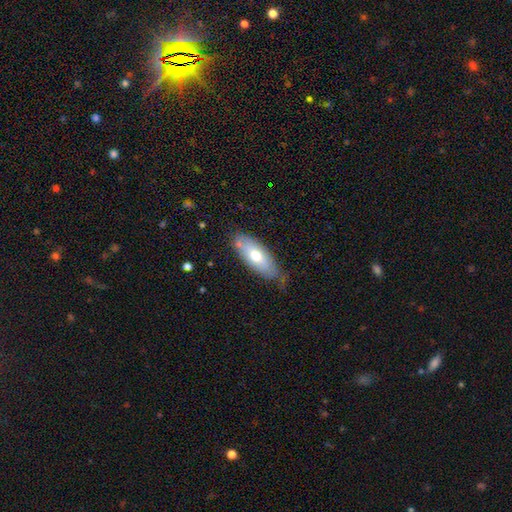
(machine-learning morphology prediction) smooth-or-featured: smooth: 65% | featured or disk: 29% | star or artifact: 6%
  how-rounded: in between: 79% | cigar-shaped: 19% | round: 2%
  merging: none: 67% | minor disturbance: 25% | major disturbance: 6% | merger: 3%